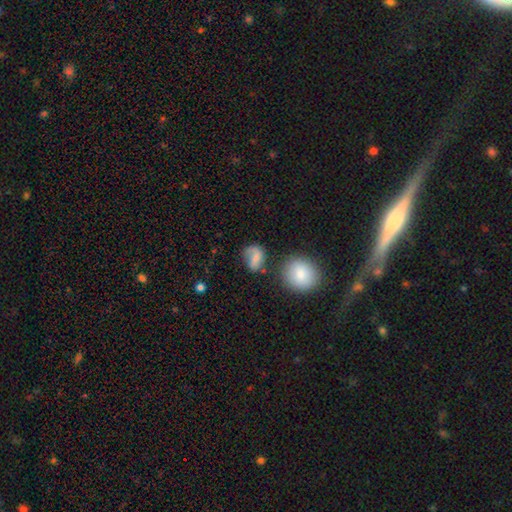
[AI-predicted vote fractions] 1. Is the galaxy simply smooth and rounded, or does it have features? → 53% smooth, 36% featured or disk, 10% star or artifact.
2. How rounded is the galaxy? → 53% in between, 45% round, 2% cigar-shaped.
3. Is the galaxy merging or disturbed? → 51% none, 23% minor disturbance, 17% major disturbance, 9% merger.